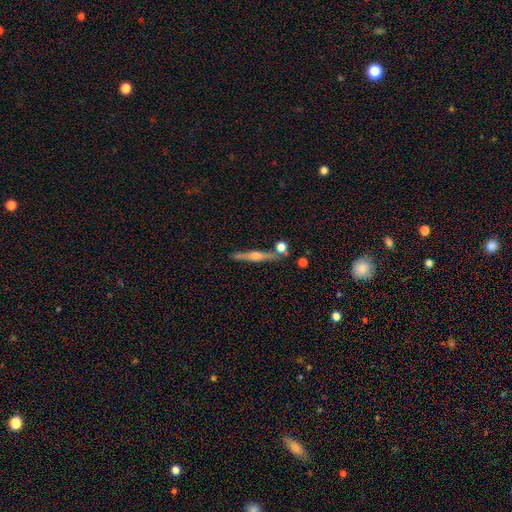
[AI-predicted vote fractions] smooth_or_featured: featured or disk (p=0.77) [alt: smooth p=0.17]
disk_edge_on: yes (p=0.97) [alt: no p=0.03]
edge_on_bulge: rounded (p=0.89) [alt: boxy p=0.05]
merging: none (p=0.83) [alt: minor disturbance p=0.08]